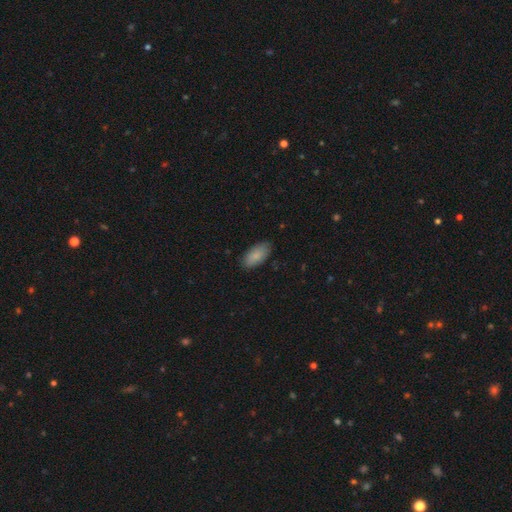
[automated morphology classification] This is clearly a smooth galaxy (87%). How rounded: clearly in between (93%). Merging: clearly none (83%).